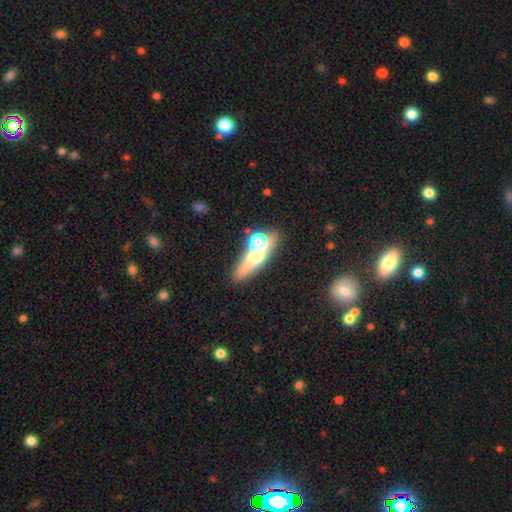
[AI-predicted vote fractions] A smooth galaxy with no disk features (48%). Merging: none (47%).